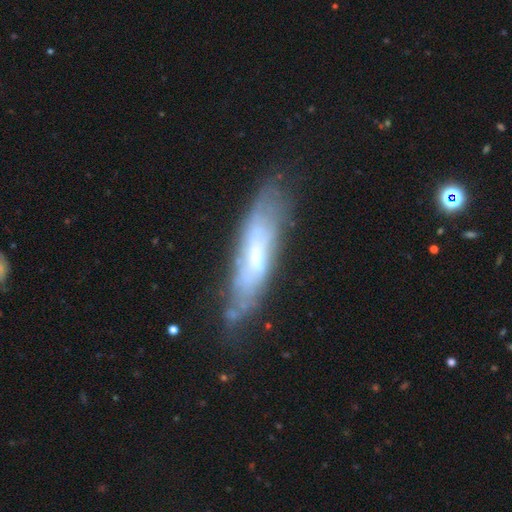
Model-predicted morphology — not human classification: smooth-or-featured: featured or disk: 54% | smooth: 38% | star or artifact: 8%
  disk-edge-on: no: 55% | yes: 45%
  merging: none: 61% | minor disturbance: 25% | major disturbance: 10% | merger: 4%